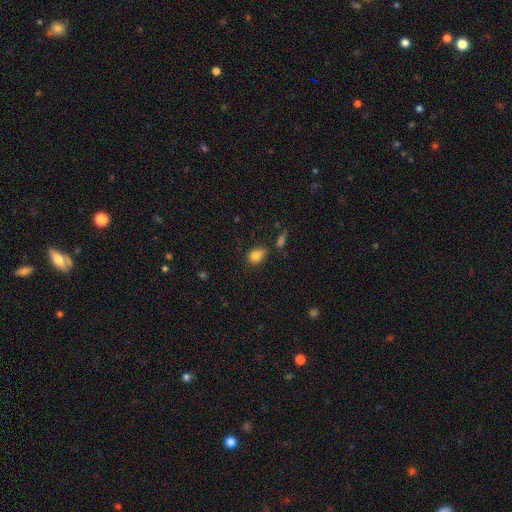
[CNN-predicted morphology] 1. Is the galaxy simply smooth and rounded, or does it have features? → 82% smooth, 11% star or artifact, 7% featured or disk.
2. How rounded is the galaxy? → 52% in between, 47% round, 2% cigar-shaped.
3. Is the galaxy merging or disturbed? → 56% none, 26% minor disturbance, 10% merger, 8% major disturbance.